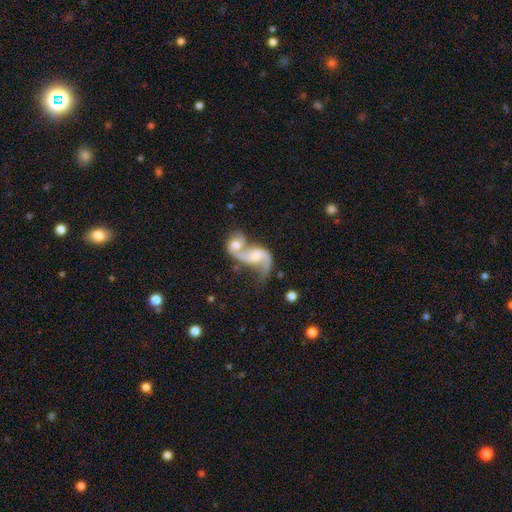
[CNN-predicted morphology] smooth_or_featured: featured or disk (p=0.80) [alt: smooth p=0.14]
disk_edge_on: no (p=0.97) [alt: yes p=0.03]
bar: no (p=0.45) [alt: weak p=0.41]
has_spiral_arms: yes (p=0.91) [alt: no p=0.09]
spiral_winding: loose (p=0.74) [alt: medium p=0.22]
spiral_arm_count: 2 (p=0.83) [alt: 1 p=0.10]
bulge_size: moderate (p=0.44) [alt: small p=0.31]
merging: merger (p=0.73) [alt: none p=0.13]